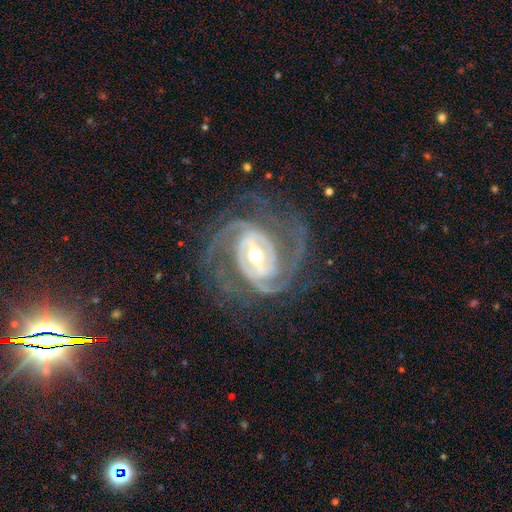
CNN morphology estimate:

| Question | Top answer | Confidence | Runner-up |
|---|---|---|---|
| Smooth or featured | featured or disk | 93% | star or artifact (4%) |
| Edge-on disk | no | 97% | yes (3%) |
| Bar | strong | 51% | weak (35%) |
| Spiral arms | yes | 98% | no (2%) |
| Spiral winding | tight | 48% | medium (43%) |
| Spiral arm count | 3 | 37% | 2 (33%) |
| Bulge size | moderate | 63% | small (29%) |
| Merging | none | 70% | minor disturbance (16%) |